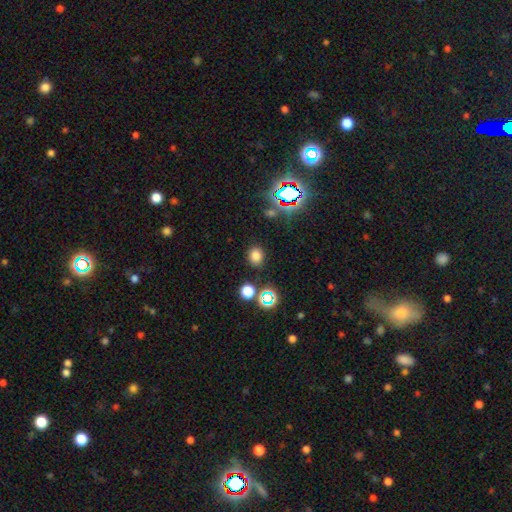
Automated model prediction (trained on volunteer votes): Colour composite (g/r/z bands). It shows a smooth galaxy with no disk features (74%) that is round (69%). Merging: none (84%).